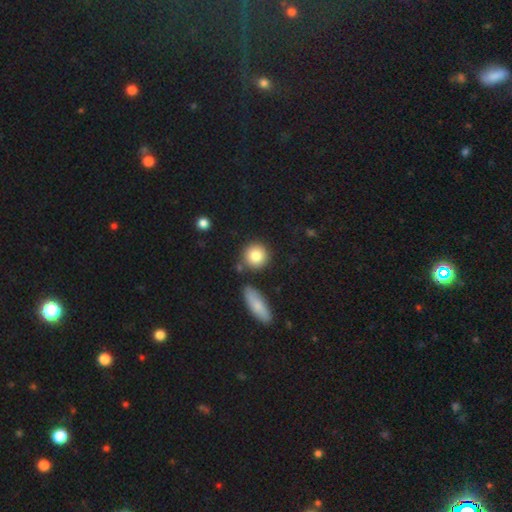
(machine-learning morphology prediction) The model was most divided on "merging": none: 80%, merger: 9%, minor disturbance: 9%, major disturbance: 3%. More confident: how rounded — round (89%); smooth or featured — smooth (84%).